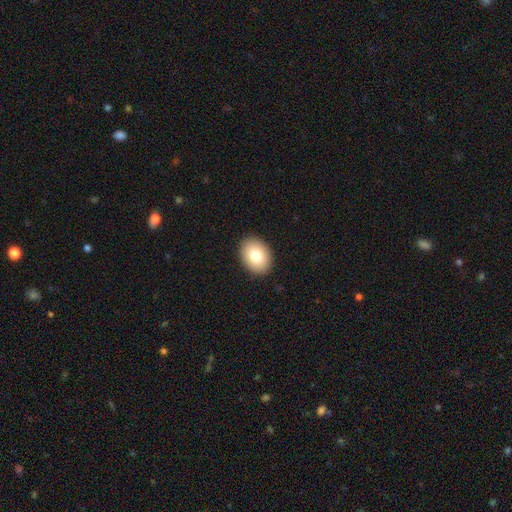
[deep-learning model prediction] This appears to be a smooth galaxy with no disk features (80%) that is in between round and cigar-shaped (69%). Merging: none (91%).